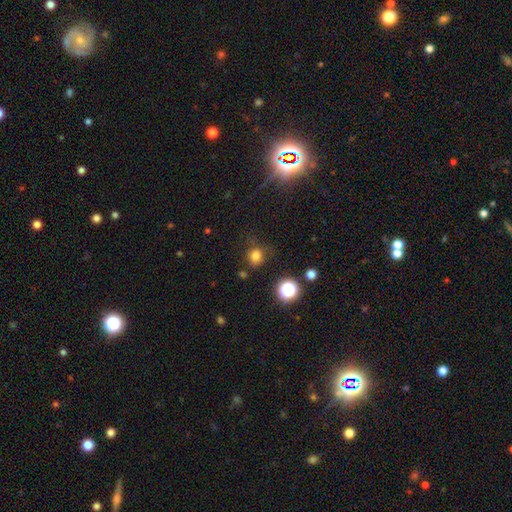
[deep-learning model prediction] smooth_or_featured: smooth (p=0.76) [alt: star or artifact p=0.18]
how_rounded: round (p=0.82) [alt: in between p=0.17]
merging: none (p=0.68) [alt: minor disturbance p=0.20]